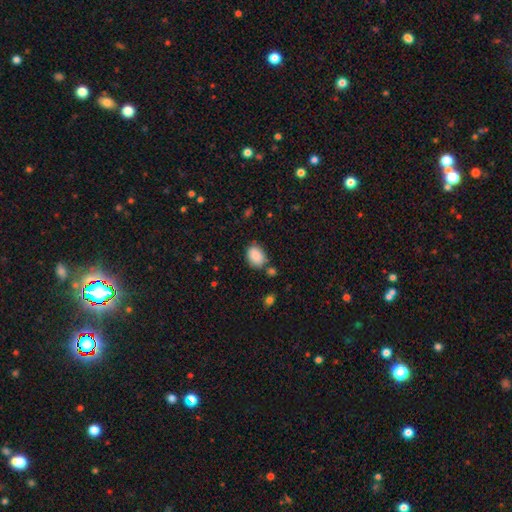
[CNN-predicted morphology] This appears to be a smooth galaxy with no disk features (88%) that is in between round and cigar-shaped (77%). Merging: none (71%).